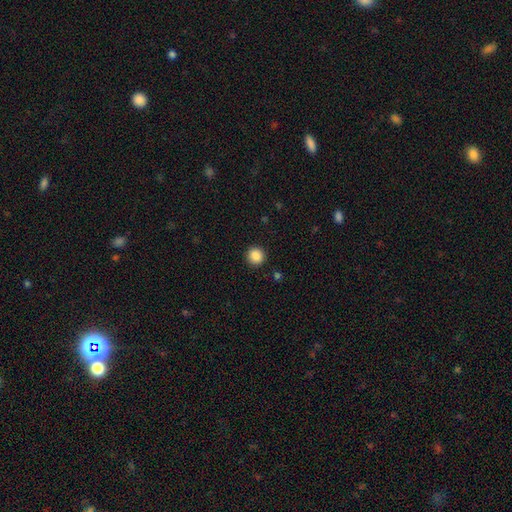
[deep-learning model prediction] Morphology: type=smooth (87%); roundness=round (94%); merging=none (92%).